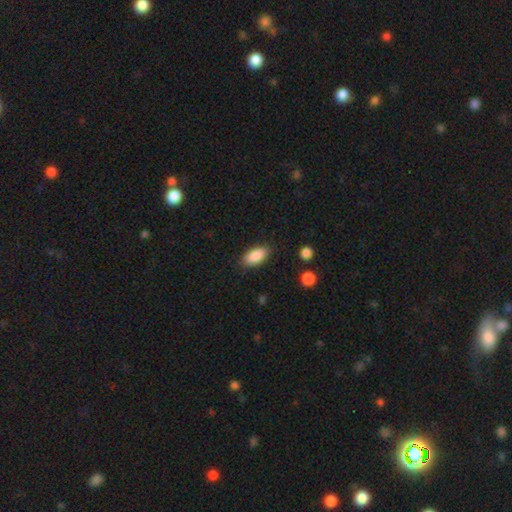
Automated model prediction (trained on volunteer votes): This is clearly a smooth galaxy (88%). How rounded: clearly in between (91%). Merging: clearly none (84%).